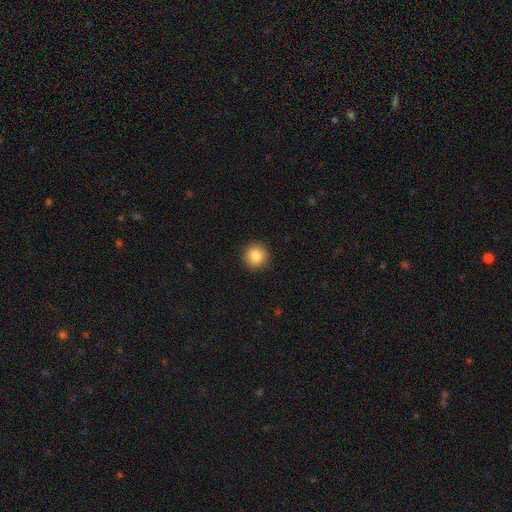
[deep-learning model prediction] Smooth or featured? smooth (84%)
How rounded? round (94%)
Merging? none (92%)